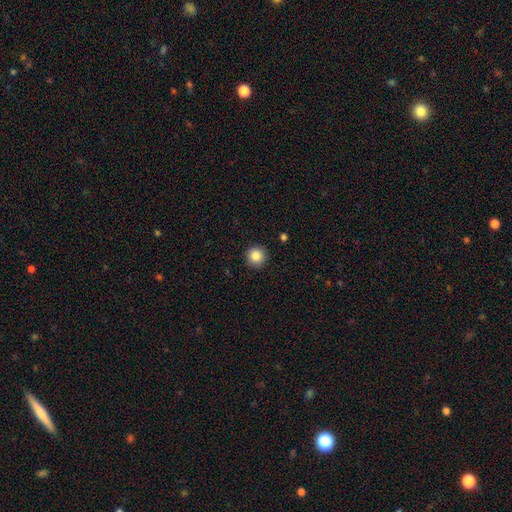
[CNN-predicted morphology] A smooth galaxy with no disk features (86%) that is round (96%).

Vote fractions:
- Smooth or featured? smooth: 86% / star or artifact: 10% / featured or disk: 4%
- How rounded? round: 96% / in between: 3% / cigar-shaped: 1%
- Merging? none: 92% / minor disturbance: 5% / major disturbance: 2% / merger: 1%